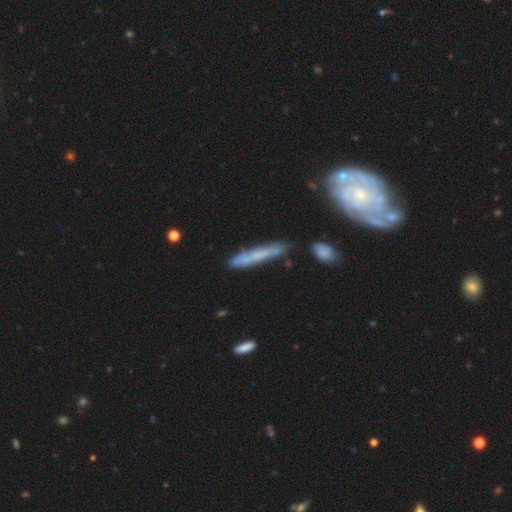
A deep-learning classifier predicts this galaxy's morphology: A featured or disk galaxy (47%). Merging: none (70%).